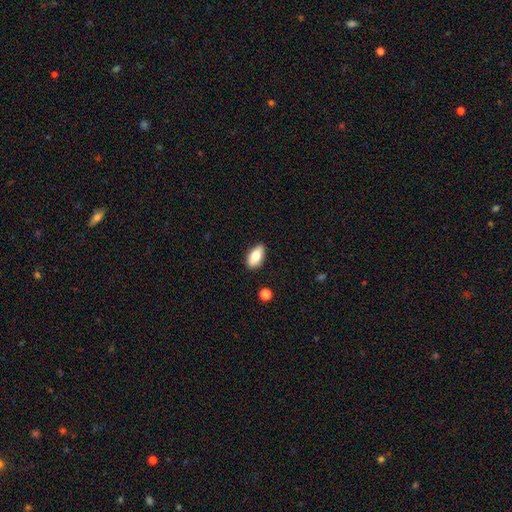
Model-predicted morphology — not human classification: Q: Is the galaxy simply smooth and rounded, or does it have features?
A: smooth — 79%.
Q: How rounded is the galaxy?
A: in between — 91%.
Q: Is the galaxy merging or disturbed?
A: none — 87%.